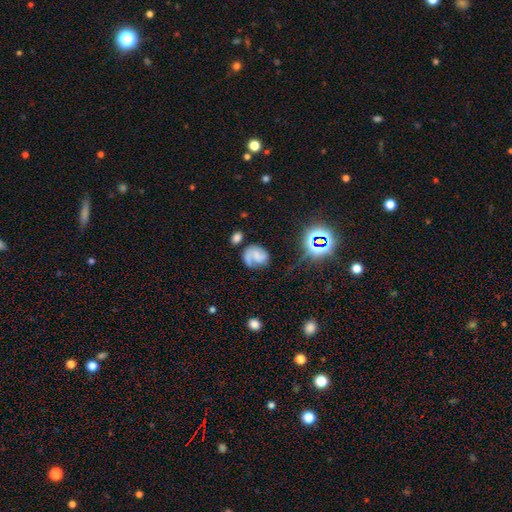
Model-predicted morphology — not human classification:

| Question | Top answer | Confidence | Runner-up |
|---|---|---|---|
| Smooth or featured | featured or disk | 55% | smooth (32%) |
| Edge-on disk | no | 98% | yes (2%) |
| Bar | no | 65% | weak (27%) |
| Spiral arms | yes | 85% | no (15%) |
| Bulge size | none | 54% | small (24%) |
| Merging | none | 45% | minor disturbance (25%) |